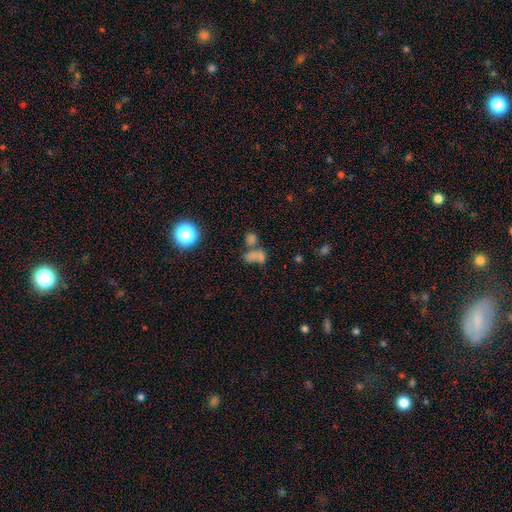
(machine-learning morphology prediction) This is likely a smooth galaxy (63%). How rounded: likely in between (67%). Merging: possibly merger (56%).